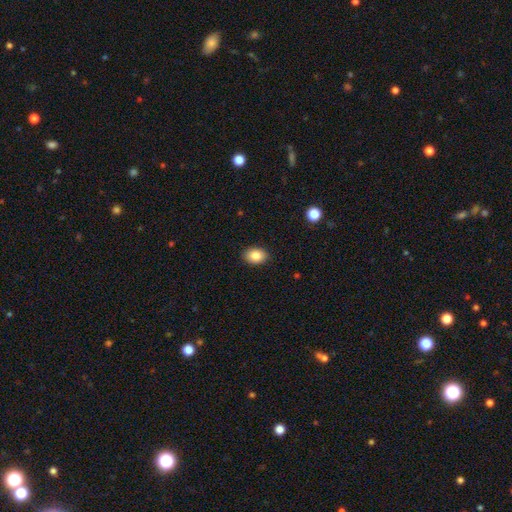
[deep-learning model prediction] smooth-or-featured: smooth: 85% | star or artifact: 9% | featured or disk: 7%
  how-rounded: in between: 73% | round: 26% | cigar-shaped: 1%
  merging: none: 89% | minor disturbance: 8% | major disturbance: 2% | merger: 1%